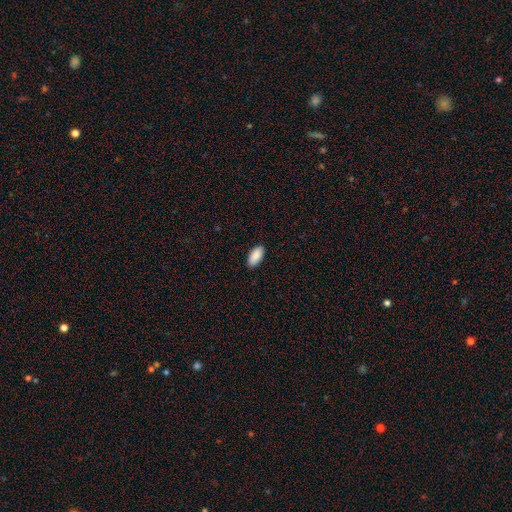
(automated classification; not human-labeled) Smooth or featured? Predicted: smooth (p=0.91). How rounded? Predicted: in between (p=0.92). Merging? Predicted: none (p=0.89).